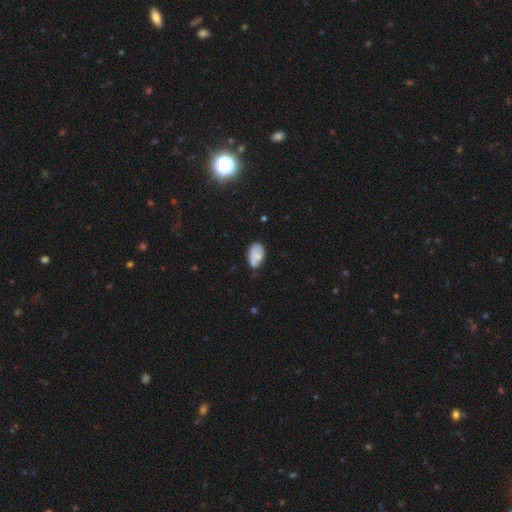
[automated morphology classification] Smooth or featured? Predicted: smooth (p=0.66). How rounded? Predicted: in between (p=0.91). Merging? Predicted: none (p=0.43).